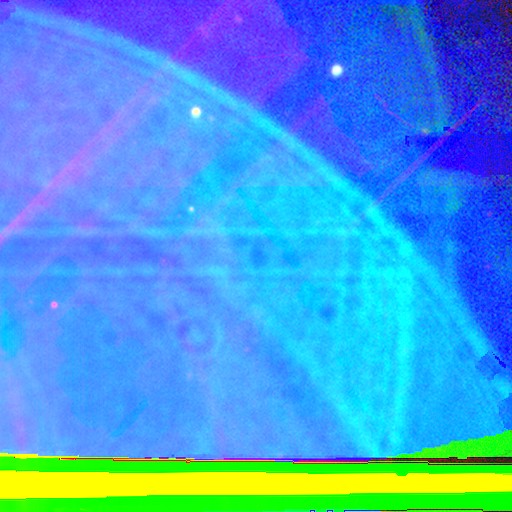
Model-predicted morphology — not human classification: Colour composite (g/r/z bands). It shows a star or artifact, not a galaxy (86%).